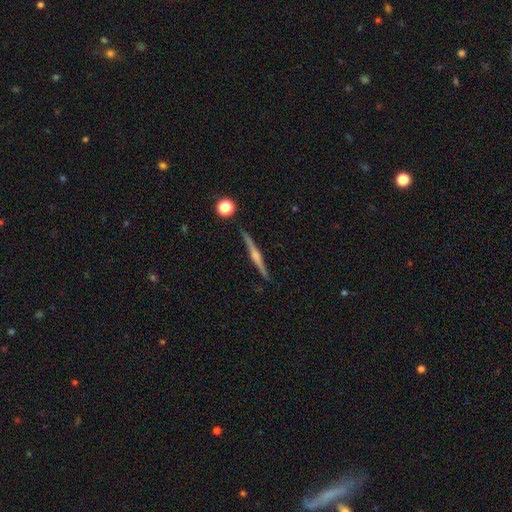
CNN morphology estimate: type=featured or disk (74%); edge-on=yes (98%); edge-on bulge=rounded (77%); merging=none (90%).